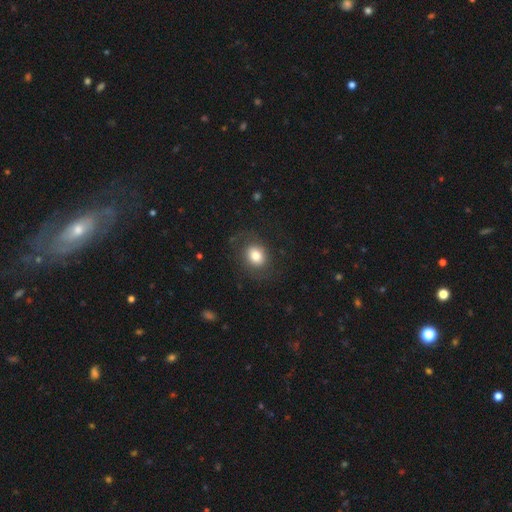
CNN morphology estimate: smooth 78%, featured or disk 13%, star or artifact 9%. Down the decision tree: how rounded — in between (50%); merging — none (74%).